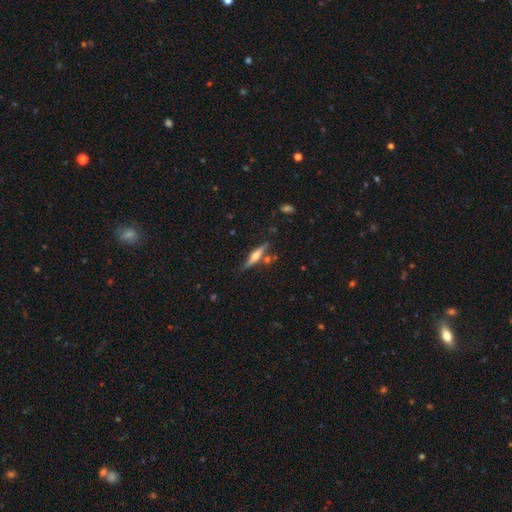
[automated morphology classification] This is possibly a featured or disk galaxy (58%). It is clearly viewed edge-on (96%). Edge-on bulge: clearly rounded (83%). Merging: likely none (78%).